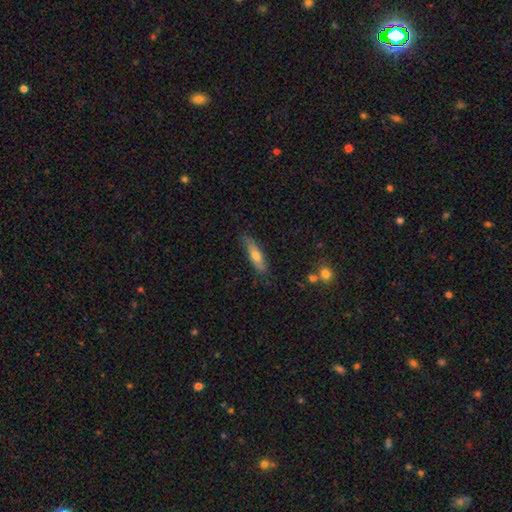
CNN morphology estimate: Smooth or featured: smooth — 61% (featured or disk — 32%)
How rounded: cigar-shaped — 66% (in between — 32%)
Merging: none — 78% (minor disturbance — 17%)